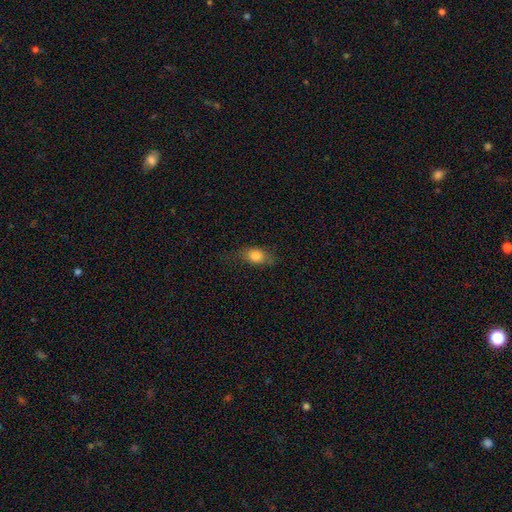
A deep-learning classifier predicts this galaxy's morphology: A smooth galaxy with no disk features (80%) that is in between round and cigar-shaped (71%). Merging: none (68%).